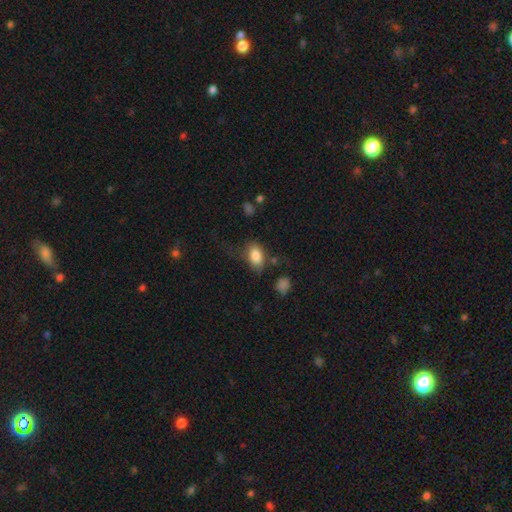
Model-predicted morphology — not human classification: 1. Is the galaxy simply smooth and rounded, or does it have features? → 83% smooth, 8% featured or disk, 8% star or artifact.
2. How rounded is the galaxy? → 88% in between, 10% round, 2% cigar-shaped.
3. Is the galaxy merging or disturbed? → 60% none, 23% minor disturbance, 12% major disturbance, 5% merger.